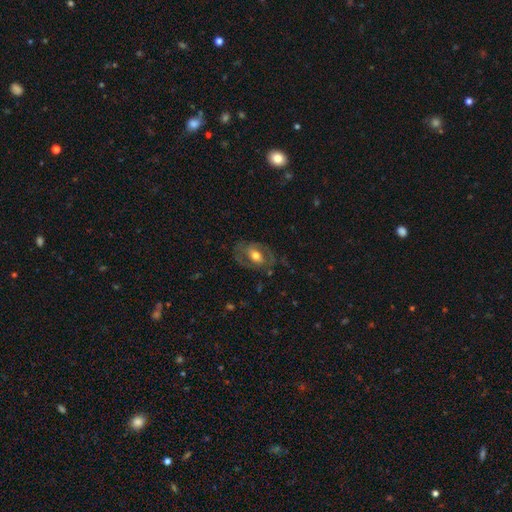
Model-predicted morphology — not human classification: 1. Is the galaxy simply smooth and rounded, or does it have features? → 59% featured or disk, 35% smooth, 6% star or artifact.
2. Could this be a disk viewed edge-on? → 93% no, 7% yes.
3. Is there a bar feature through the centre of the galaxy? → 49% no, 31% weak, 20% strong.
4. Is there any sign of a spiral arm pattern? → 50% yes (tied), 50% no (tied).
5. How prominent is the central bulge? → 67% moderate, 19% large, 11% small, 2% dominant, 1% none.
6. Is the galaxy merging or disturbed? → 66% none, 19% minor disturbance, 13% major disturbance, 2% merger.